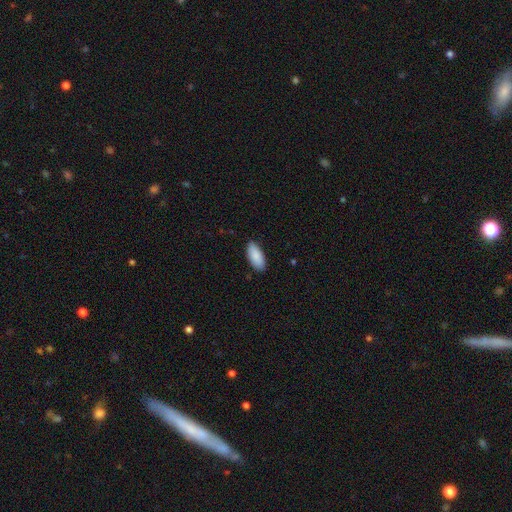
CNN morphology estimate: smooth_or_featured: smooth (p=0.90) [alt: star or artifact p=0.06]
how_rounded: in between (p=0.87) [alt: cigar-shaped p=0.11]
merging: none (p=0.86) [alt: minor disturbance p=0.11]